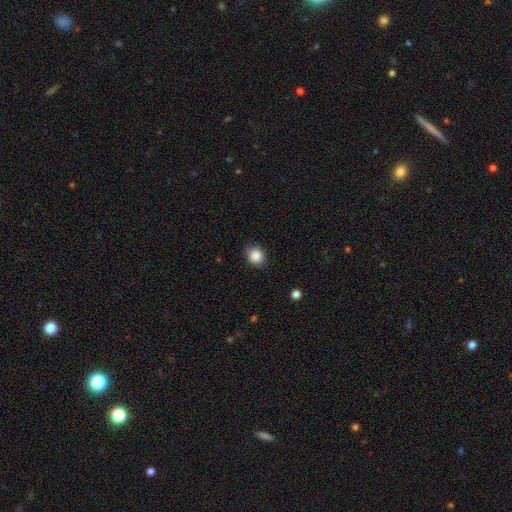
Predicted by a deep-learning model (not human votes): Smooth or featured?
  - smooth: 87% *
  - star or artifact: 9%
  - featured or disk: 4%
How rounded?
  - round: 72% *
  - in between: 27%
  - cigar-shaped: 1%
Merging?
  - none: 84% *
  - minor disturbance: 12%
  - major disturbance: 3%
  - merger: 1%